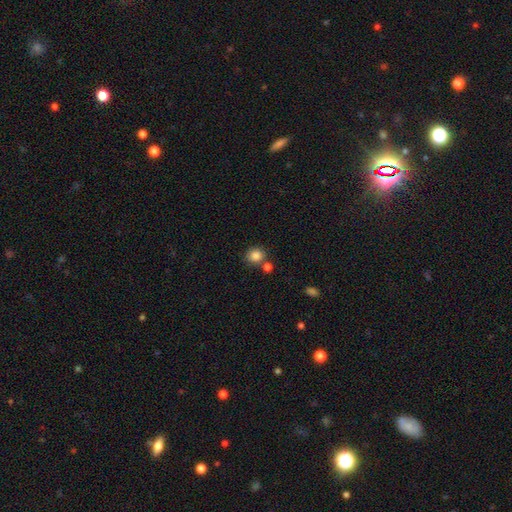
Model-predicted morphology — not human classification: Smooth or featured? smooth (85%)
How rounded? round (82%)
Merging? none (71%)